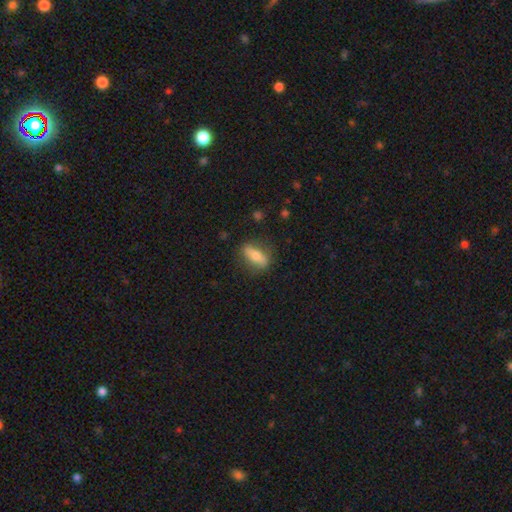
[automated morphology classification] This appears to be a smooth galaxy with no disk features (61%) that is in between round and cigar-shaped (57%). Merging: none (80%).